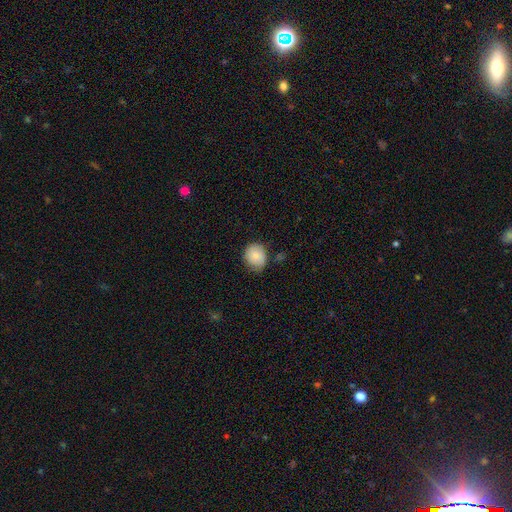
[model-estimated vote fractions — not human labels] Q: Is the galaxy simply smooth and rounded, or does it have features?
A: smooth — 82%.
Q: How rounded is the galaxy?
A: round — 70%.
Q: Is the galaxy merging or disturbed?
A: none — 65%.